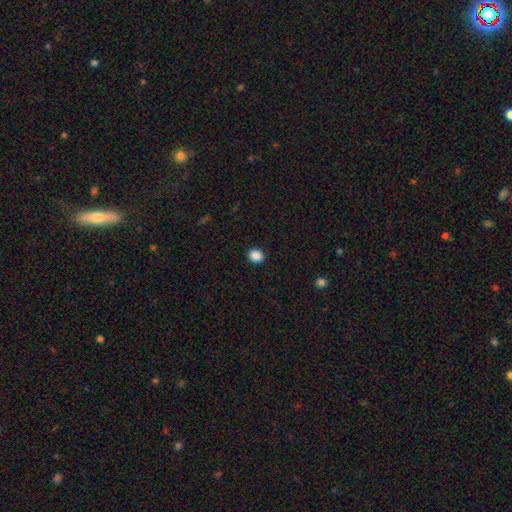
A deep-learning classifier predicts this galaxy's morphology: smooth_or_featured: smooth (p=0.87) [alt: star or artifact p=0.10]
how_rounded: round (p=0.70) [alt: in between p=0.29]
merging: none (p=0.91) [alt: minor disturbance p=0.06]